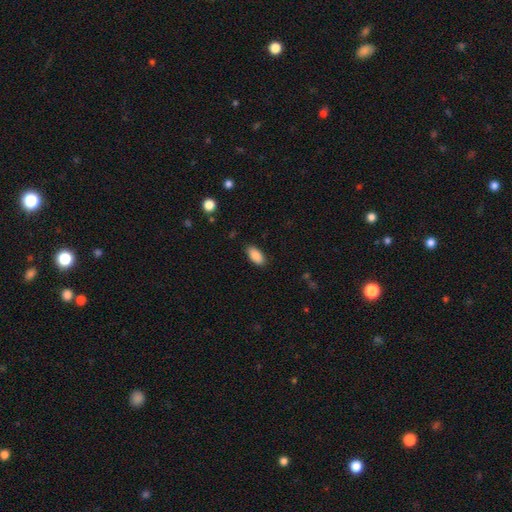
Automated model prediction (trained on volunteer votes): Smooth or featured: smooth — 87% (star or artifact — 7%)
How rounded: in between — 92% (cigar-shaped — 6%)
Merging: none — 86% (minor disturbance — 10%)